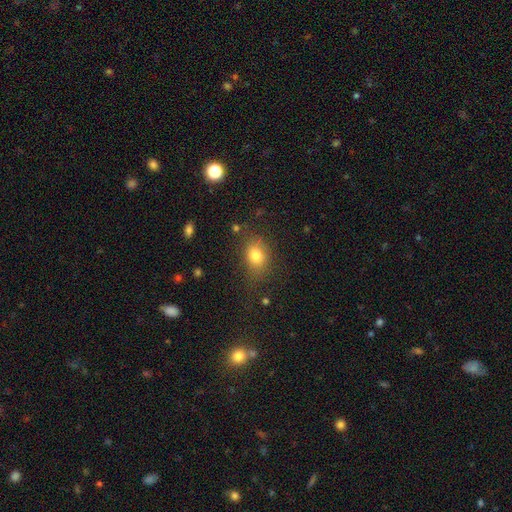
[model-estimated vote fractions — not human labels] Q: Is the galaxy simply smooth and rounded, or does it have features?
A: smooth — 79%.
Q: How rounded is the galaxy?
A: in between — 56%.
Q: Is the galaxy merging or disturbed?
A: none — 72%.